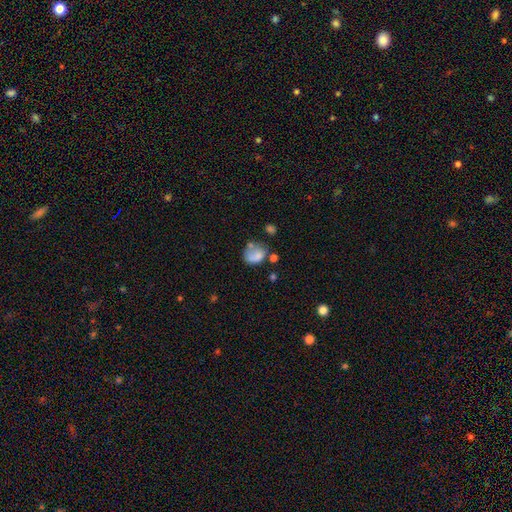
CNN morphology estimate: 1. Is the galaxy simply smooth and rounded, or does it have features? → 67% smooth, 22% featured or disk, 11% star or artifact.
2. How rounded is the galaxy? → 57% round, 42% in between, 1% cigar-shaped.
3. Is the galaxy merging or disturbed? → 35% none, 24% minor disturbance, 20% major disturbance, 20% merger.